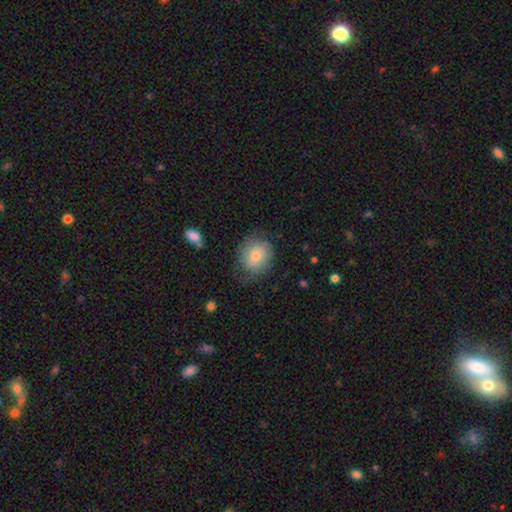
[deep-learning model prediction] smooth 71%, featured or disk 21%, star or artifact 8%. Down the decision tree: how rounded — round (64%); merging — none (66%).